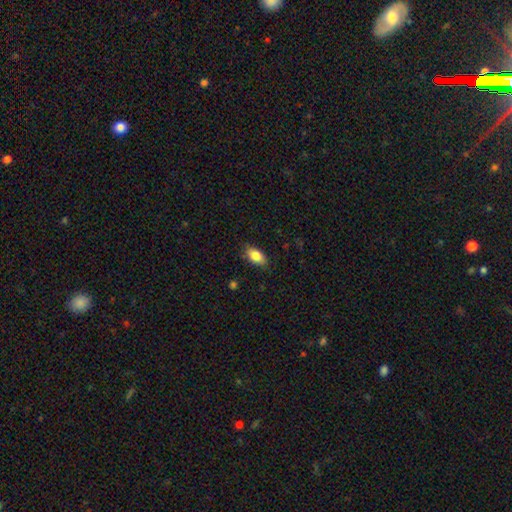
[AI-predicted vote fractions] smooth_or_featured: smooth (p=0.83) [alt: featured or disk p=0.10]
how_rounded: in between (p=0.89) [alt: round p=0.06]
merging: none (p=0.81) [alt: minor disturbance p=0.15]